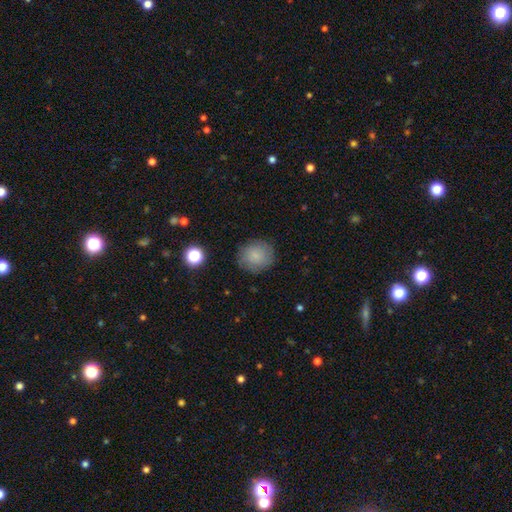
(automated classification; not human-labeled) smooth_or_featured: smooth (p=0.81) [alt: featured or disk p=0.10]
how_rounded: round (p=0.83) [alt: in between p=0.16]
merging: none (p=0.83) [alt: minor disturbance p=0.12]